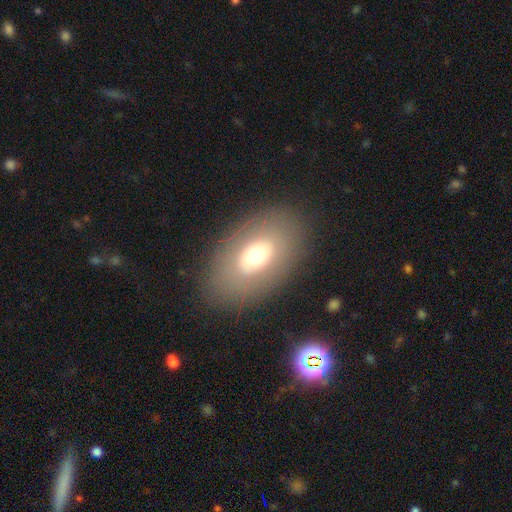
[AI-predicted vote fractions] smooth_or_featured: smooth (p=0.59) [alt: featured or disk p=0.31]
how_rounded: in between (p=0.87) [alt: round p=0.11]
merging: none (p=0.84) [alt: minor disturbance p=0.09]